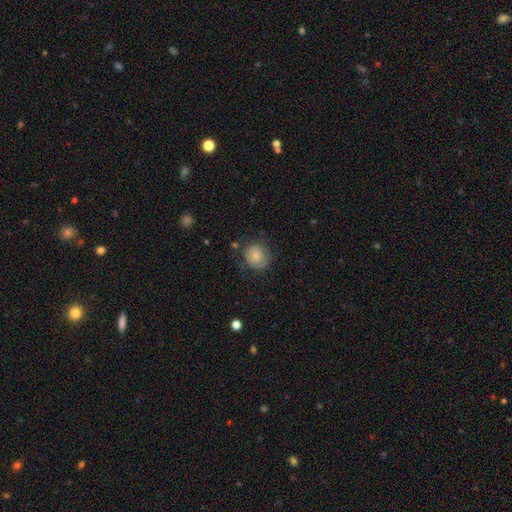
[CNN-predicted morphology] The model was most divided on "merging": none: 67%, minor disturbance: 22%, major disturbance: 8%, merger: 2%. More confident: how rounded — round (77%); smooth or featured — smooth (72%).